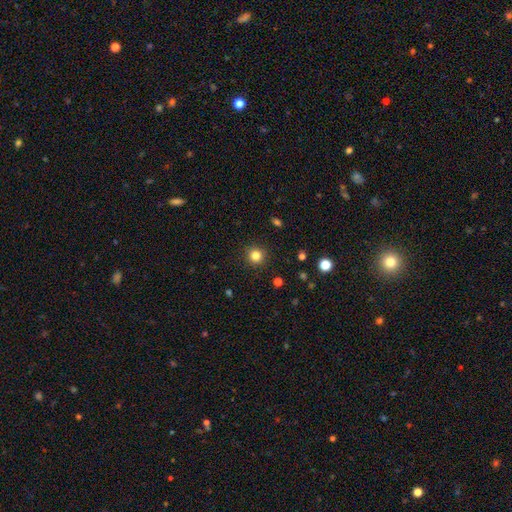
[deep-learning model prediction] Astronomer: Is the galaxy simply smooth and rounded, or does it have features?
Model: smooth — 82%.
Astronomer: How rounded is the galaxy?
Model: round — 94%.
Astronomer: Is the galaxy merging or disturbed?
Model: none — 91%.